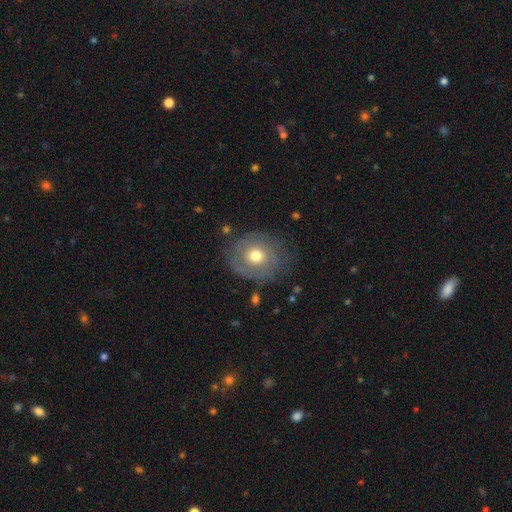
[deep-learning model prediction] A smooth galaxy with no disk features (55%) that is round (74%). Merging: none (71%).